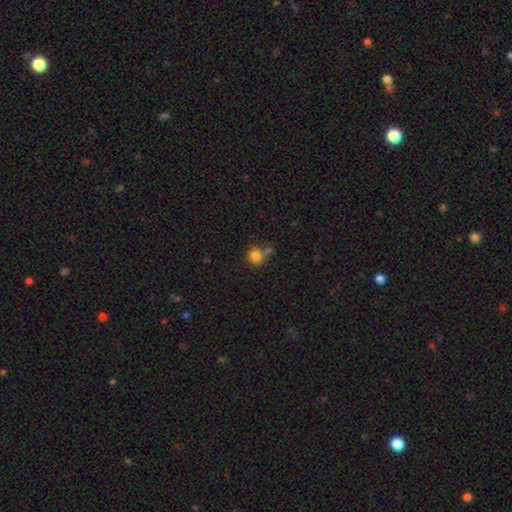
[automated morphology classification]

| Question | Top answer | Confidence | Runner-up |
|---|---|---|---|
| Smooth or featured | smooth | 82% | star or artifact (11%) |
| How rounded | round | 85% | in between (15%) |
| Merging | none | 57% | merger (24%) |